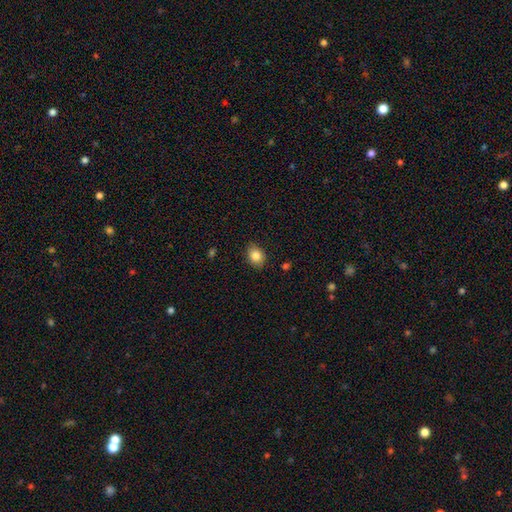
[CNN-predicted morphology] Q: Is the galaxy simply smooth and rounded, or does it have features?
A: smooth — 84%.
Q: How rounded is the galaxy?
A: in between — 54%.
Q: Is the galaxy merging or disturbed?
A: none — 85%.